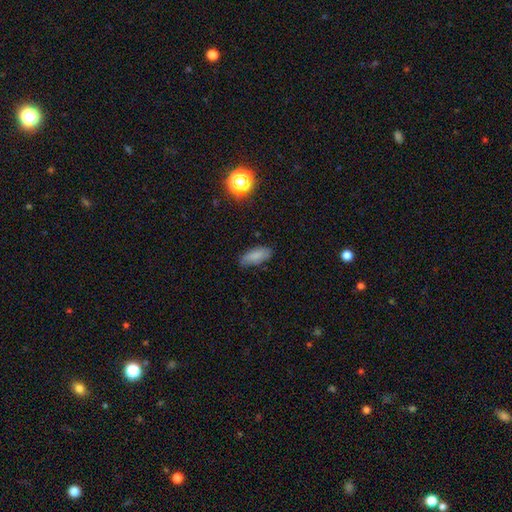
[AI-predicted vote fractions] smooth 81%, star or artifact 10%, featured or disk 9%. Down the decision tree: how rounded — in between (77%); merging — none (74%).